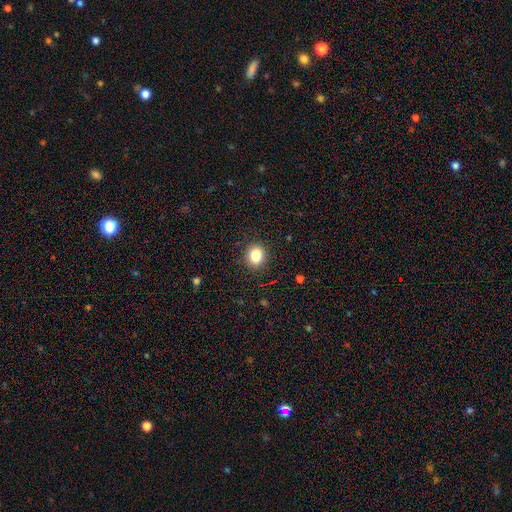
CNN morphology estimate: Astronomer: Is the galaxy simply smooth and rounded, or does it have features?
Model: smooth — 83%.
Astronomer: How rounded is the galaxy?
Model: round — 67%.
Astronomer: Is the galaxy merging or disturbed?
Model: none — 88%.